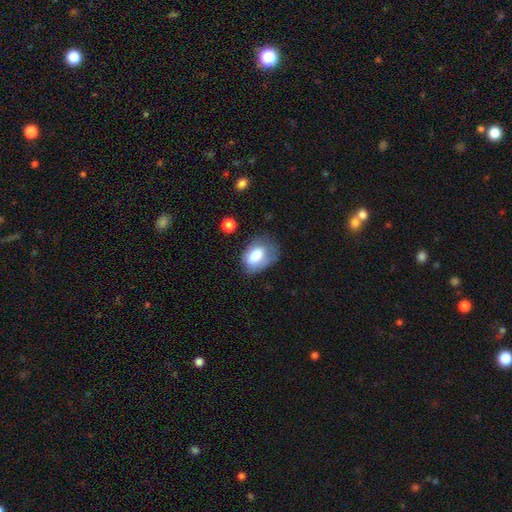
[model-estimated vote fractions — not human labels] This appears to be a smooth galaxy with no disk features (76%) that is in between round and cigar-shaped (84%). Merging: none (47%).